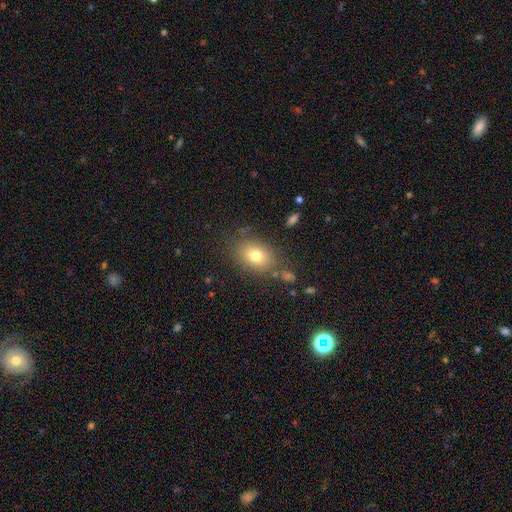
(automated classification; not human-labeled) Morphology: type=smooth (76%); roundness=in between (68%); merging=none (78%).